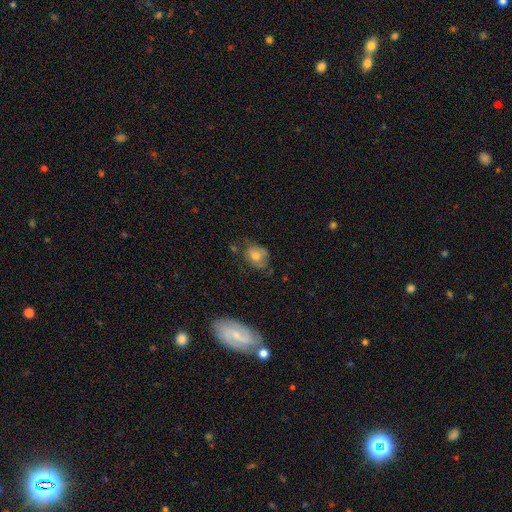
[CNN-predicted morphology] The model was most divided on "how rounded": in between: 52%, round: 47%, cigar-shaped: 1%. More confident: smooth or featured — smooth (60%); merging — none (52%).